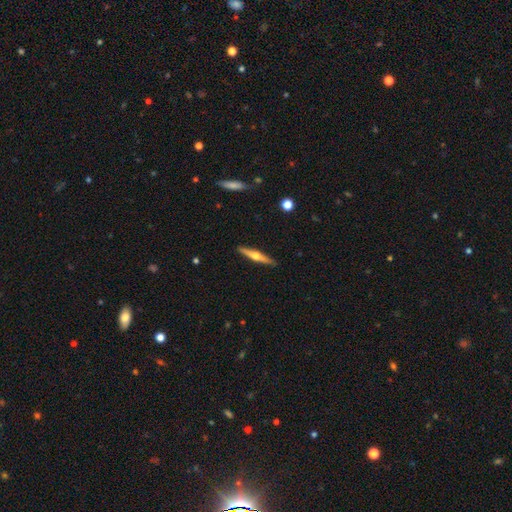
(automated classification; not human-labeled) featured or disk 67%, smooth 27%, star or artifact 5%. Down the decision tree: edge-on disk — yes (97%); edge-on bulge — rounded (94%); merging — none (91%).